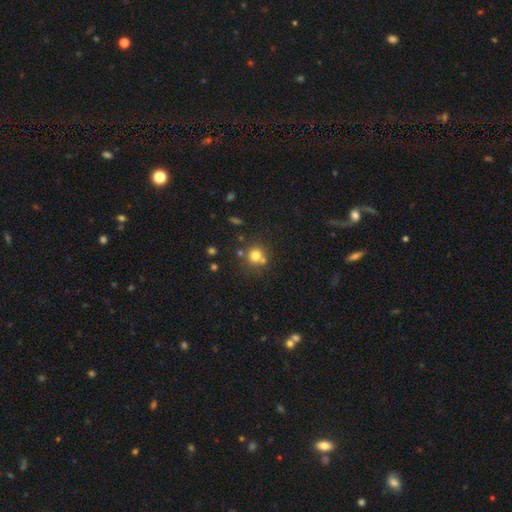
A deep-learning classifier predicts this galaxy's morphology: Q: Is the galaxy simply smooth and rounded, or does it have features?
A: smooth — 75%.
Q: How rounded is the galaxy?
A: round — 89%.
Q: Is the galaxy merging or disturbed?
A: none — 63%.